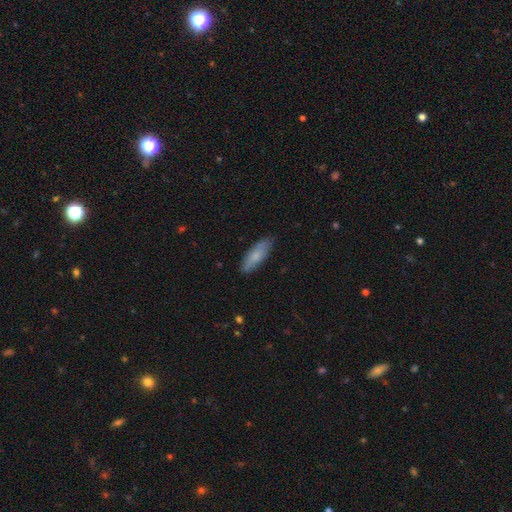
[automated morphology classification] Q: Smooth or featured?
A: smooth (78%); runner-up: featured or disk (16%)
Q: How rounded?
A: in between (54%); runner-up: cigar-shaped (44%)
Q: Merging?
A: none (82%); runner-up: minor disturbance (15%)